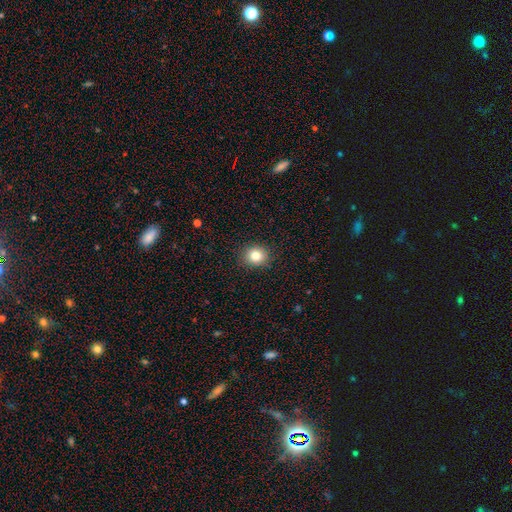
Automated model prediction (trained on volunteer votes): smooth 83%, star or artifact 11%, featured or disk 6%. Down the decision tree: how rounded — round (77%); merging — none (90%).